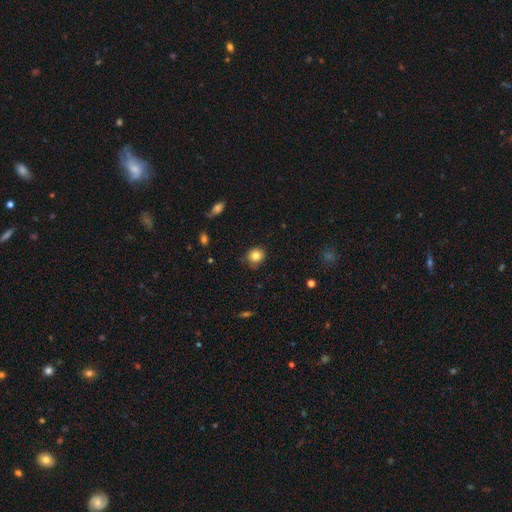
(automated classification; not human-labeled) Smooth or featured?
  - smooth: 82% *
  - star or artifact: 10%
  - featured or disk: 8%
How rounded?
  - round: 82% *
  - in between: 17%
  - cigar-shaped: 1%
Merging?
  - none: 82% *
  - minor disturbance: 14%
  - major disturbance: 3%
  - merger: 1%